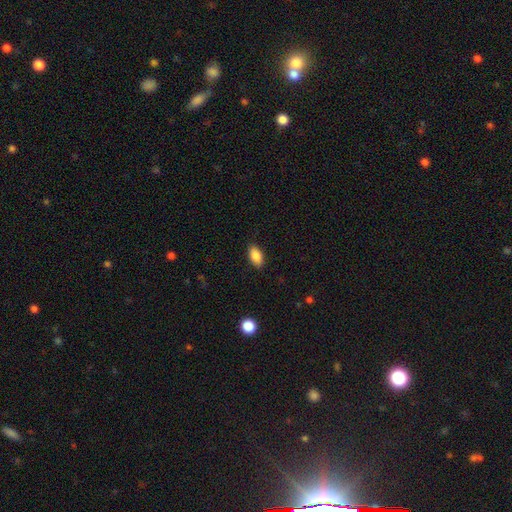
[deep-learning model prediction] Smooth or featured? Predicted: smooth (p=0.87). How rounded? Predicted: in between (p=0.92). Merging? Predicted: none (p=0.88).